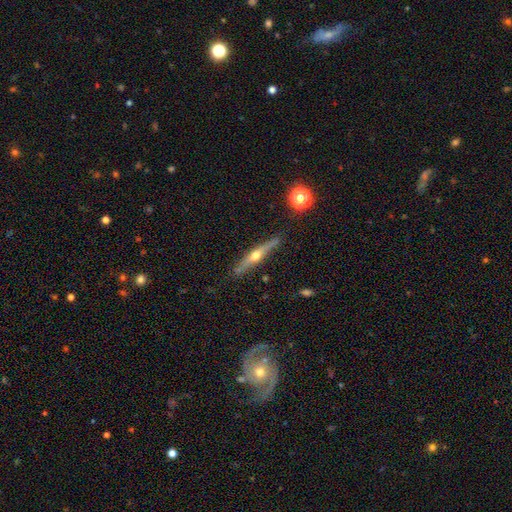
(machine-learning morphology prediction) The model was most divided on "smooth or featured": featured or disk: 72%, smooth: 21%, star or artifact: 6%. More confident: edge-on disk — yes (96%); edge-on bulge — rounded (94%); merging — none (85%).